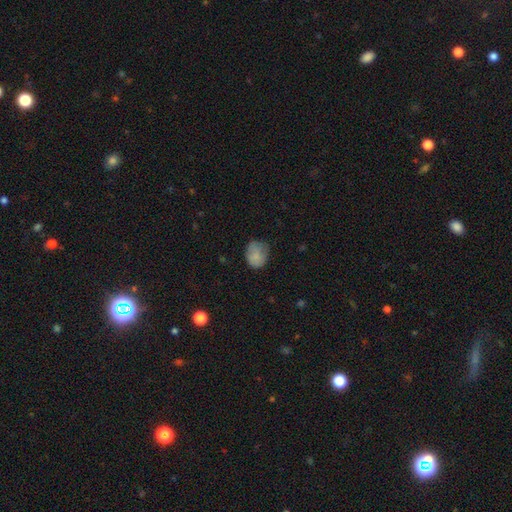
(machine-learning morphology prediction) Smooth or featured? Predicted: smooth (p=0.81). How rounded? Predicted: round (p=0.54). Merging? Predicted: none (p=0.56).